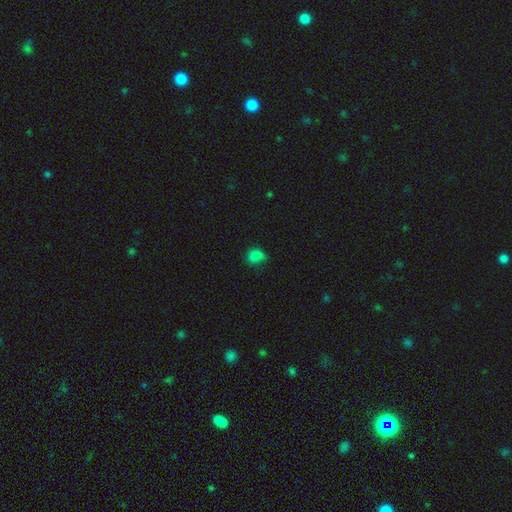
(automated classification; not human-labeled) Overall: smooth (78%). How rounded: in between (63%; round 35%). Merging: none (53%; minor disturbance 31%).